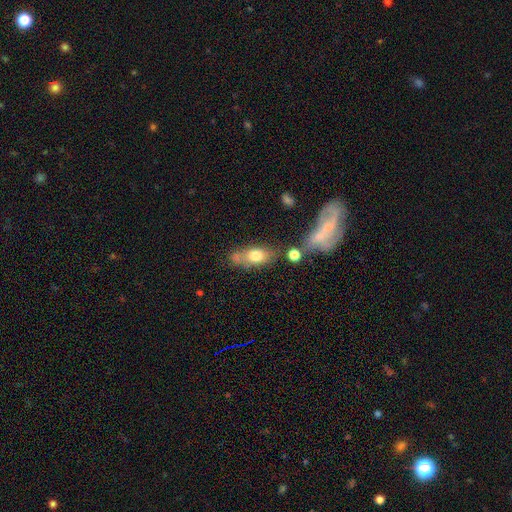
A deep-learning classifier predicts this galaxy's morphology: type=smooth (70%); roundness=in between (76%); merging=none (54%).